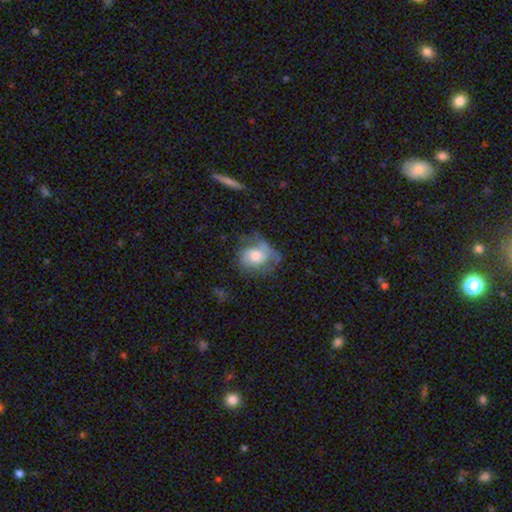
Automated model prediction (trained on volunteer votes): Q: Smooth or featured?
A: smooth (48%); runner-up: featured or disk (44%)
Q: Merging?
A: none (42%); runner-up: minor disturbance (29%)